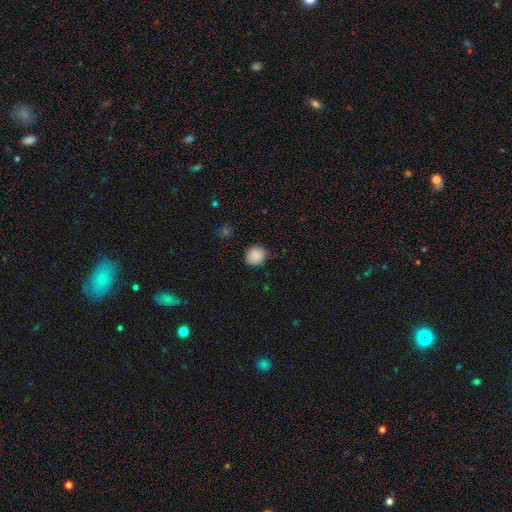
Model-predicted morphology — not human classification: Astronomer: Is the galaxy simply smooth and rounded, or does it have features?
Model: smooth — 86%.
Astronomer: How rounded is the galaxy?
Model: round — 80%.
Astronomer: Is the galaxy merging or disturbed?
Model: none — 80%.